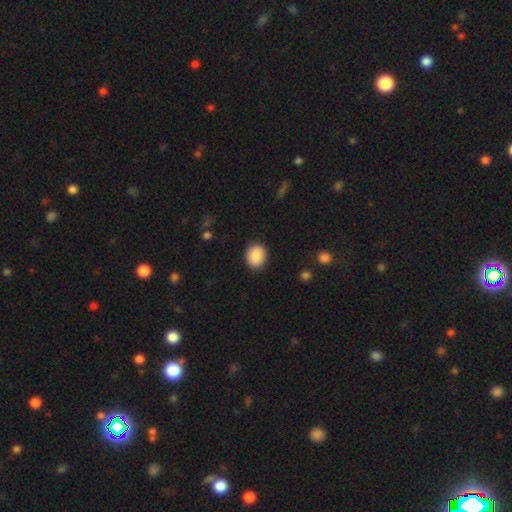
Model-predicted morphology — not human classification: smooth 89%, star or artifact 7%, featured or disk 4%. Down the decision tree: how rounded — round (61%); merging — none (90%).